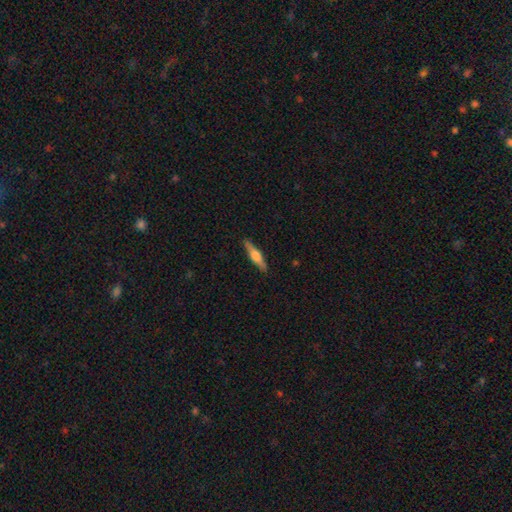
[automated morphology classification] featured or disk 52%, smooth 43%, star or artifact 6%. Down the decision tree: edge-on disk — yes (96%); merging — none (90%).